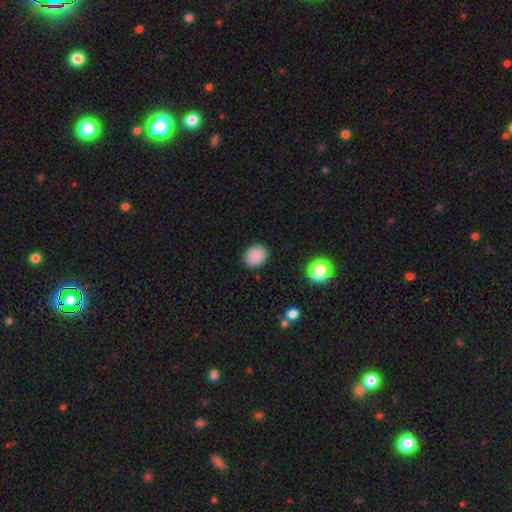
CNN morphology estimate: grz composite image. It shows a smooth galaxy with no disk features (86%) that is round (52%). Merging: none (87%).